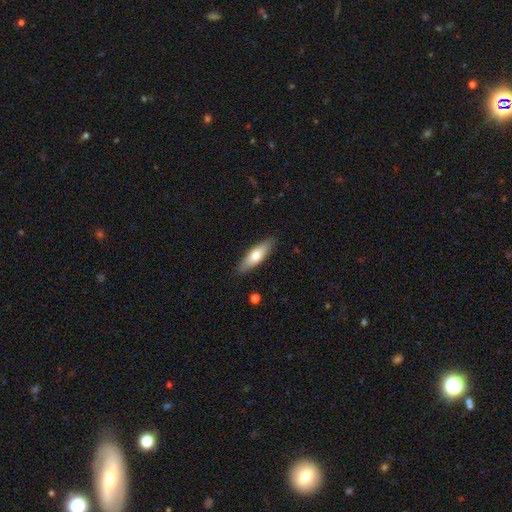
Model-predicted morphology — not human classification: Q: Smooth or featured?
A: smooth (67%); runner-up: featured or disk (27%)
Q: How rounded?
A: in between (50%); runner-up: cigar-shaped (48%)
Q: Merging?
A: none (87%); runner-up: minor disturbance (10%)